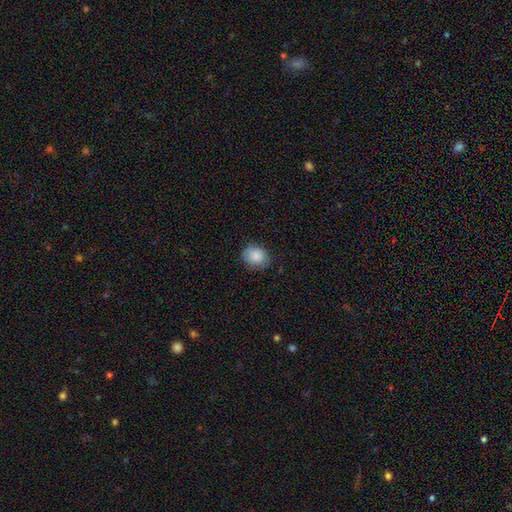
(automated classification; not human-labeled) This appears to be a smooth galaxy with no disk features (87%) that is round (56%). Merging: none (78%).